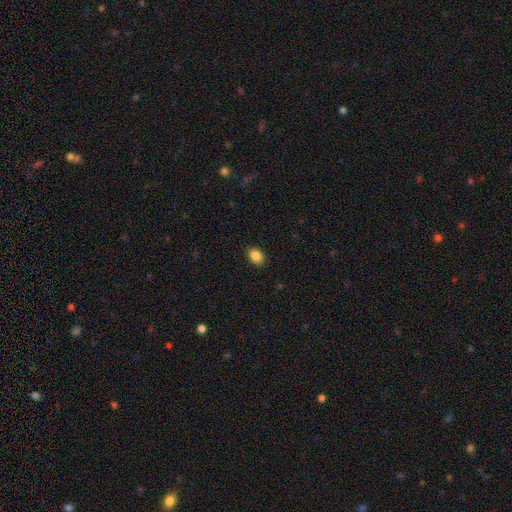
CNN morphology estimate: type=smooth (87%); roundness=in between (64%); merging=none (88%).